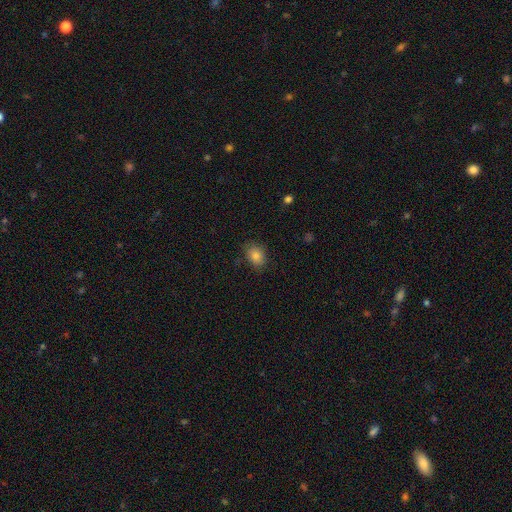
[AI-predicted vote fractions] The model was most divided on "how rounded": in between: 64%, round: 35%, cigar-shaped: 1%. More confident: smooth or featured — smooth (84%); merging — none (78%).